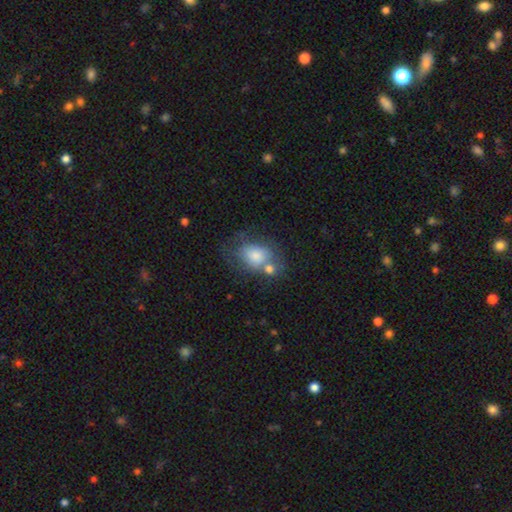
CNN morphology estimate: smooth-or-featured: smooth: 74% | featured or disk: 18% | star or artifact: 9%
  how-rounded: in between: 65% | round: 33% | cigar-shaped: 1%
  merging: none: 44% | minor disturbance: 22% | merger: 21% | major disturbance: 13%